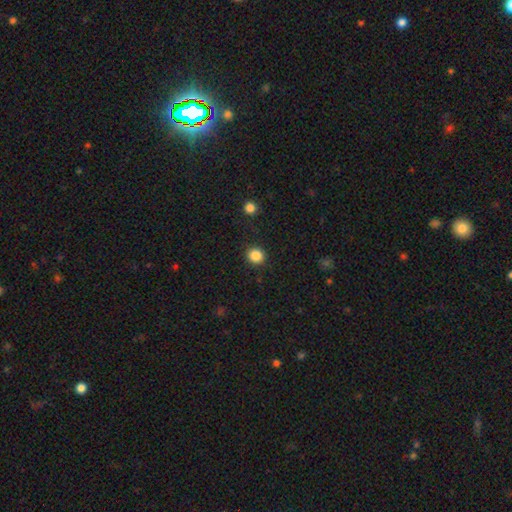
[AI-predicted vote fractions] smooth_or_featured: smooth (p=0.86) [alt: star or artifact p=0.11]
how_rounded: round (p=0.86) [alt: in between p=0.13]
merging: none (p=0.90) [alt: minor disturbance p=0.06]